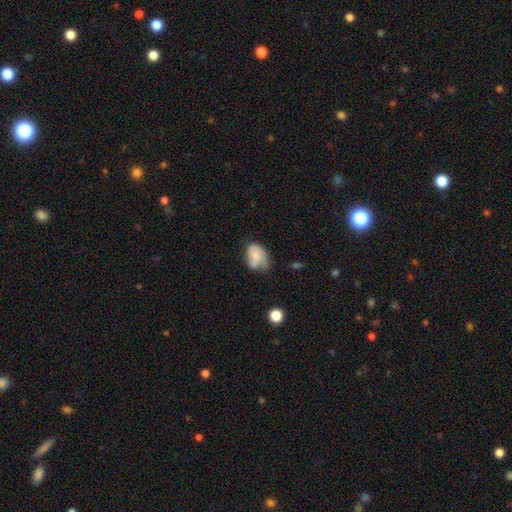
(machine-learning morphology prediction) Q: Smooth or featured?
A: smooth (53%); runner-up: featured or disk (39%)
Q: How rounded?
A: in between (77%); runner-up: round (21%)
Q: Merging?
A: minor disturbance (34%); runner-up: none (33%)